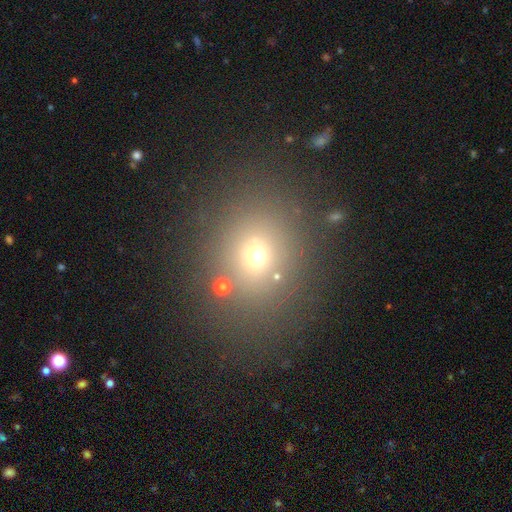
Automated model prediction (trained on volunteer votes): Smooth or featured? Predicted: smooth (p=0.63). How rounded? Predicted: round (p=0.70). Merging? Predicted: none (p=0.80).